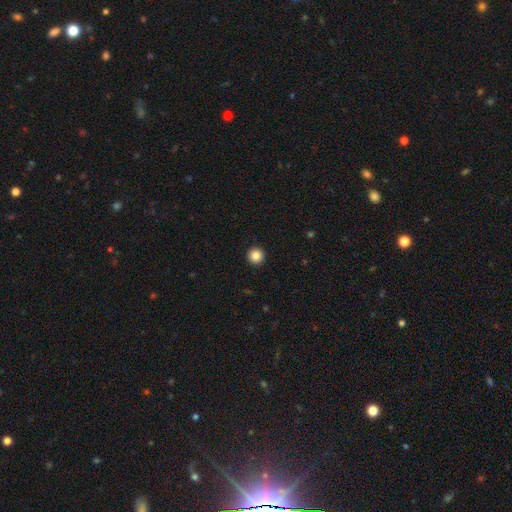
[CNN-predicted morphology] type=smooth (85%); roundness=round (96%); merging=none (94%).